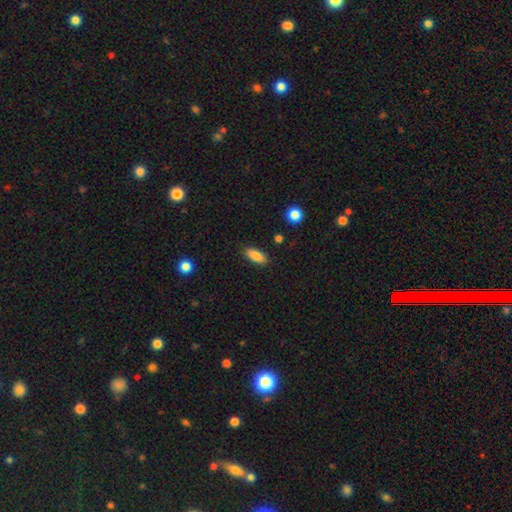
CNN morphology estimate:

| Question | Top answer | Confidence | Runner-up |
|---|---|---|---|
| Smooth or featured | smooth | 86% | star or artifact (7%) |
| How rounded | in between | 76% | cigar-shaped (22%) |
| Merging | none | 86% | minor disturbance (10%) |